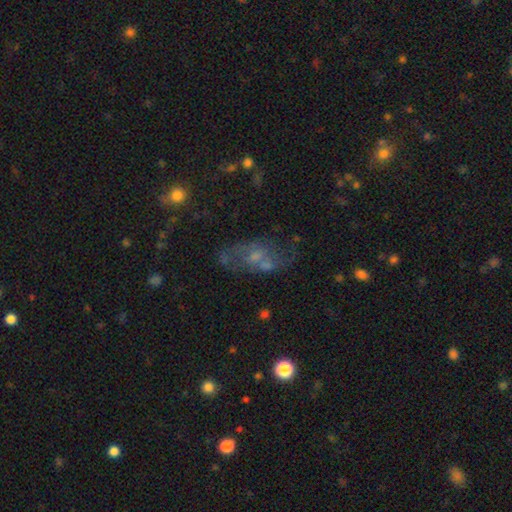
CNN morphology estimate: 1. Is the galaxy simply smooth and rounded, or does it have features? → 41% featured or disk, 36% smooth, 23% star or artifact.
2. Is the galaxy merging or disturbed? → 46% none, 19% minor disturbance, 19% merger, 17% major disturbance.